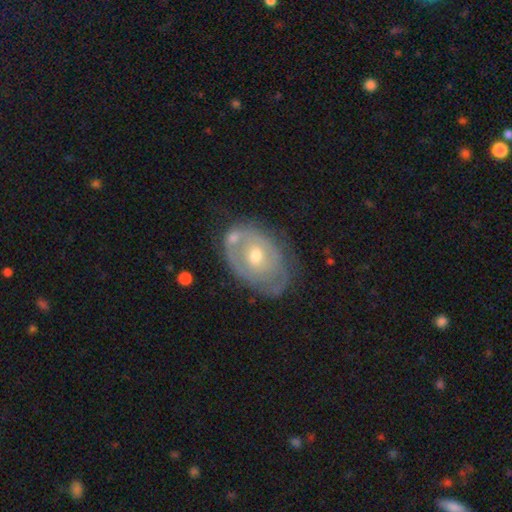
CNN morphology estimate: A featured or disk galaxy (69%) with no bar (78%), spiral arms (55%) and a moderate central bulge (61%). Merging: none (55%).